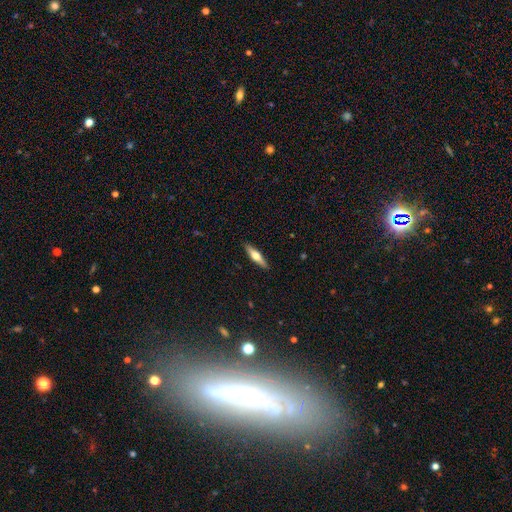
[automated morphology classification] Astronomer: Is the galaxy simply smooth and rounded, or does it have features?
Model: featured or disk — 51% (runner-up: smooth, 44%).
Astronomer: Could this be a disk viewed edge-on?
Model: yes — 94%.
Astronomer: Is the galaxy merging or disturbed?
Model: none — 90%.